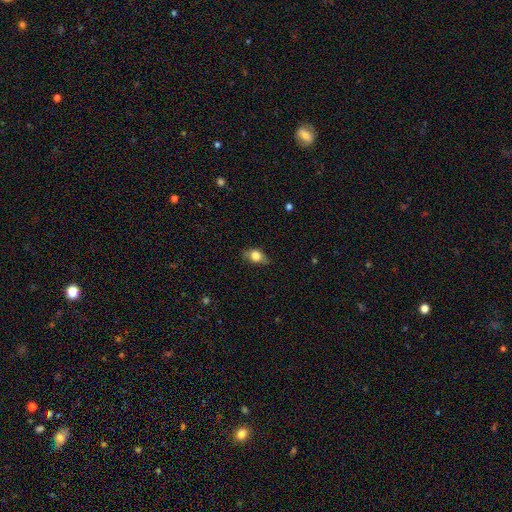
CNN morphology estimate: Smooth or featured? Predicted: smooth (p=0.74). How rounded? Predicted: in between (p=0.74). Merging? Predicted: none (p=0.74).